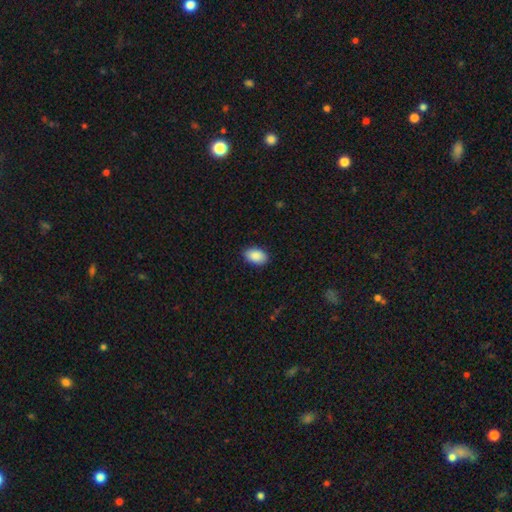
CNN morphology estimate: A smooth galaxy with no disk features (90%) that is in between round and cigar-shaped (91%).

Vote fractions:
- Smooth or featured? smooth: 90% / star or artifact: 7% / featured or disk: 3%
- How rounded? in between: 91% / round: 7% / cigar-shaped: 1%
- Merging? none: 89% / minor disturbance: 8% / major disturbance: 2% / merger: 1%